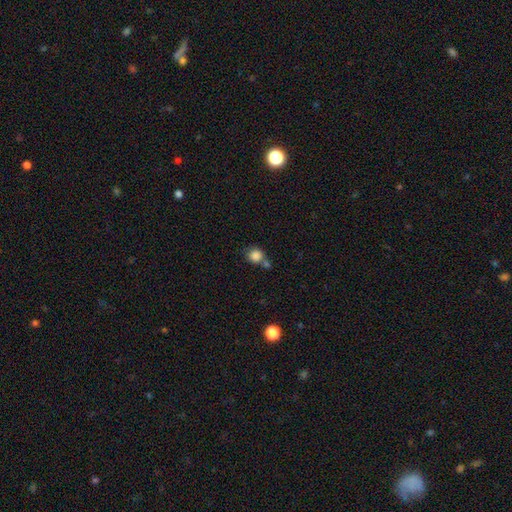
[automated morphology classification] smooth 85%, star or artifact 10%, featured or disk 5%. Down the decision tree: how rounded — round (88%); merging — none (55%).